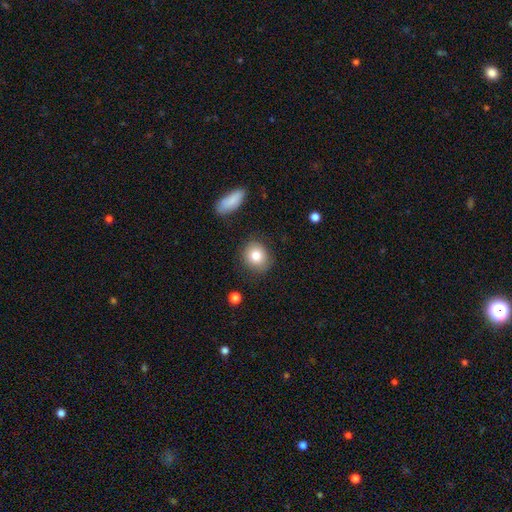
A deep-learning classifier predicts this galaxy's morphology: Q: Smooth or featured?
A: smooth (82%); runner-up: featured or disk (9%)
Q: How rounded?
A: round (71%); runner-up: in between (27%)
Q: Merging?
A: none (85%); runner-up: minor disturbance (10%)